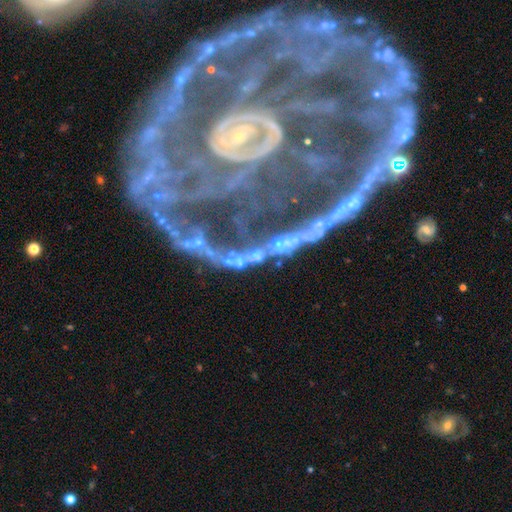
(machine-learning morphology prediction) smooth_or_featured: featured or disk (p=0.51) [alt: star or artifact p=0.30]
disk_edge_on: no (p=0.89) [alt: yes p=0.11]
merging: merger (p=0.50) [alt: major disturbance p=0.26]